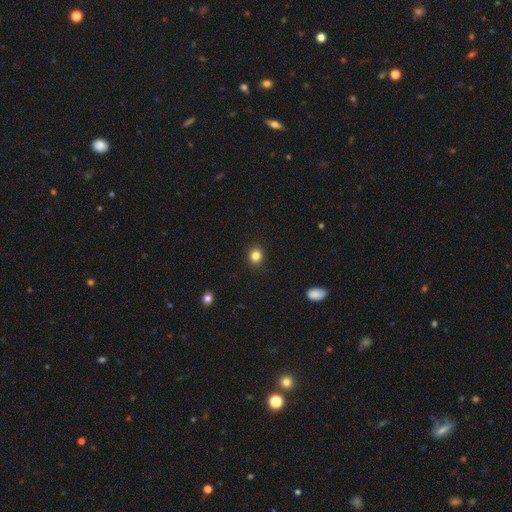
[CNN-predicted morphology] smooth-or-featured: smooth: 84% | star or artifact: 12% | featured or disk: 5%
  how-rounded: round: 77% | in between: 22% | cigar-shaped: 1%
  merging: none: 90% | minor disturbance: 7% | major disturbance: 2% | merger: 1%